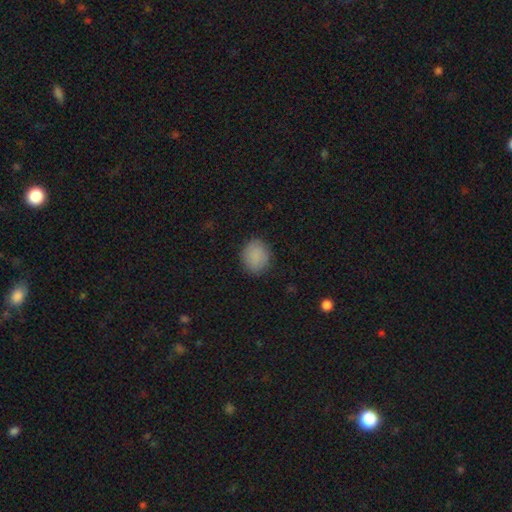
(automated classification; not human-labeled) Q: Smooth or featured?
A: smooth (87%); runner-up: star or artifact (8%)
Q: How rounded?
A: round (69%); runner-up: in between (31%)
Q: Merging?
A: none (86%); runner-up: minor disturbance (10%)